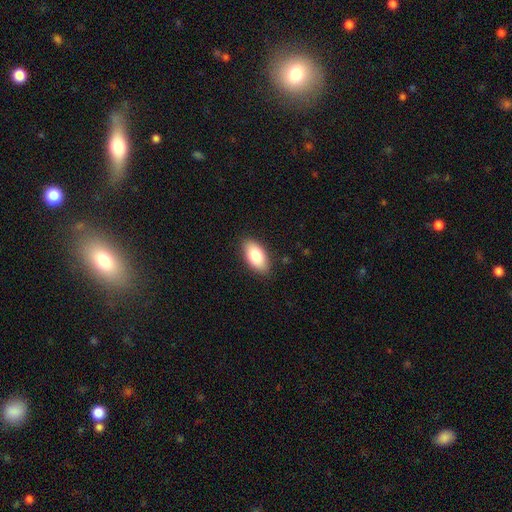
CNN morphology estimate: smooth_or_featured: smooth (p=0.82) [alt: featured or disk p=0.12]
how_rounded: in between (p=0.93) [alt: cigar-shaped p=0.04]
merging: none (p=0.87) [alt: minor disturbance p=0.10]